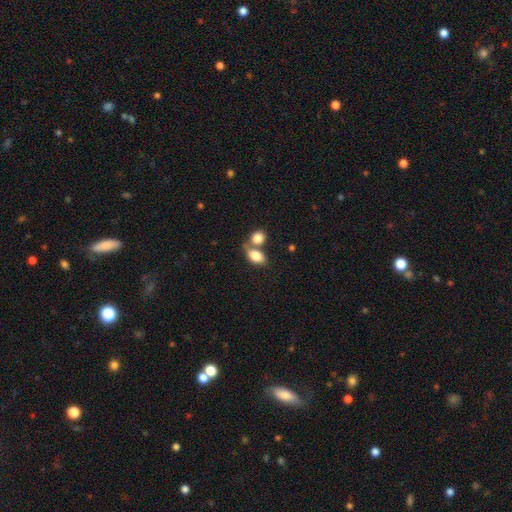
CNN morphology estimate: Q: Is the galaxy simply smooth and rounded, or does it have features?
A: smooth — 83%.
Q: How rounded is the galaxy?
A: in between — 82%.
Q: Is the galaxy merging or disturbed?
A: merger — 46%.